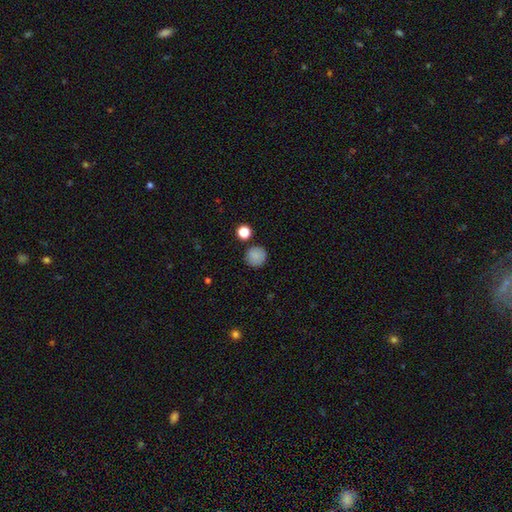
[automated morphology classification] type=smooth (86%); roundness=round (93%); merging=none (84%).